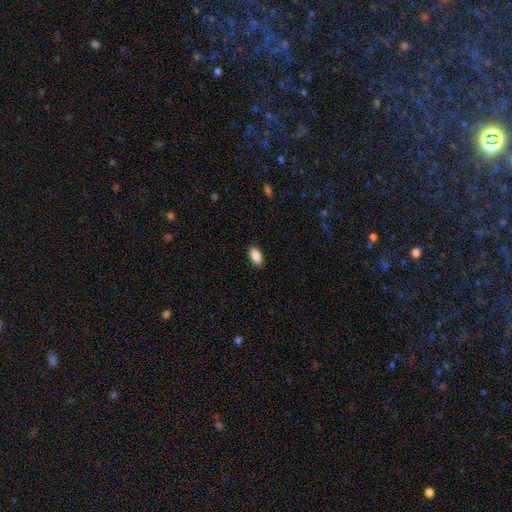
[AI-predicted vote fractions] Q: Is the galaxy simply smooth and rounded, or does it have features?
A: smooth — 89%.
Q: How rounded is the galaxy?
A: in between — 91%.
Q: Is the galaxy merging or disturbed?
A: none — 88%.